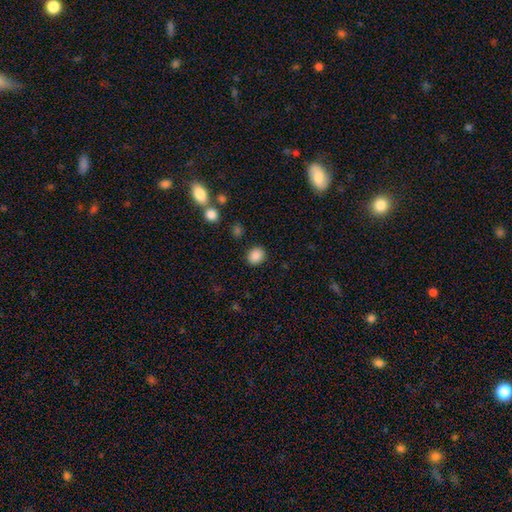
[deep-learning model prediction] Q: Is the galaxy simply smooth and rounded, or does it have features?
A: smooth — 86%.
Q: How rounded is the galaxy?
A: round — 74%.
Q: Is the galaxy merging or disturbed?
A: none — 89%.